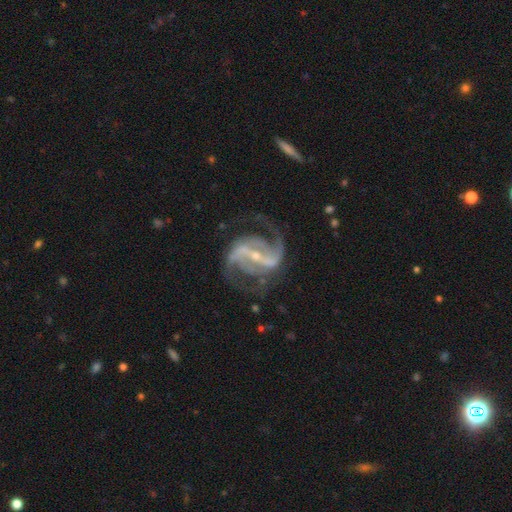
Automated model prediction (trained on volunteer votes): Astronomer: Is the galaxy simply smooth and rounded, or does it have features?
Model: featured or disk — 92%.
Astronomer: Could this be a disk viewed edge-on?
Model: no — 97%.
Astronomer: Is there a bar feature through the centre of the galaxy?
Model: strong — 68%.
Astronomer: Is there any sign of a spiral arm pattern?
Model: yes — 98%.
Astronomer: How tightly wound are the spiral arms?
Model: medium — 52% (runner-up: loose, 33%).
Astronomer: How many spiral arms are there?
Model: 2 — 85%.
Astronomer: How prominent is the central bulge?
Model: small — 73%.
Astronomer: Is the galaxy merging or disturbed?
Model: none — 70%.